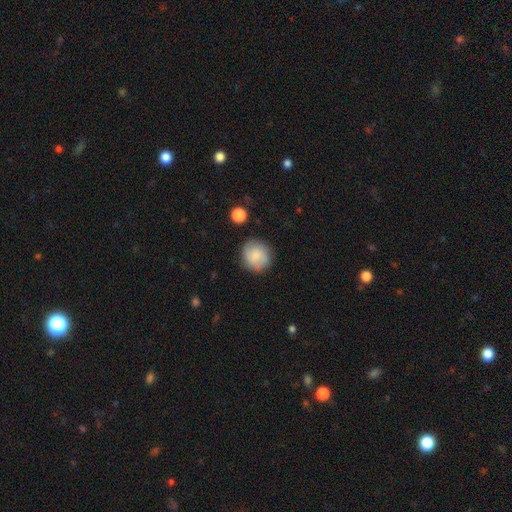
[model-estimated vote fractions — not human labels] Smooth or featured? smooth (70%)
How rounded? round (89%)
Merging? none (83%)